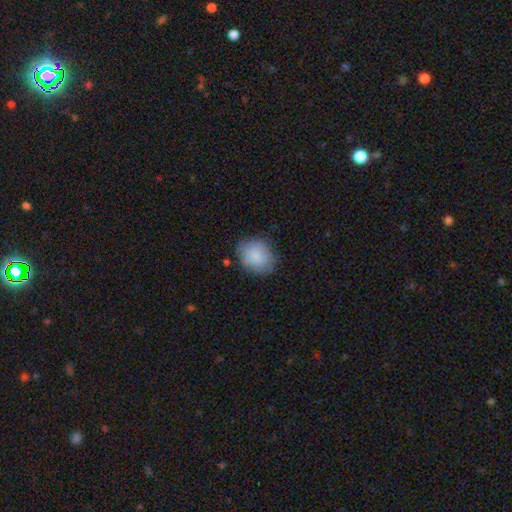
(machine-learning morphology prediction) Overall: smooth (83%). How rounded: round (55%; in between 45%). Merging: none (76%).